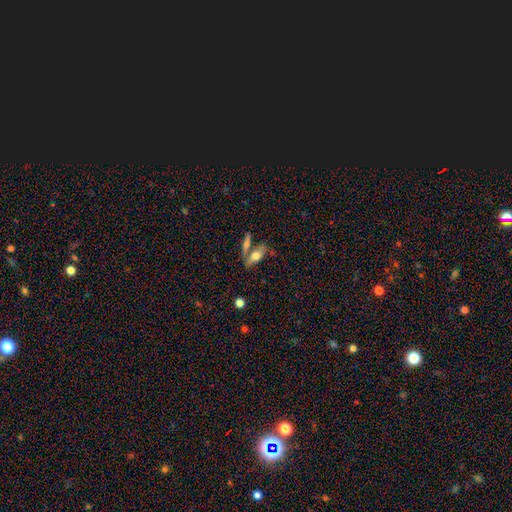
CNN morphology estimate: smooth_or_featured: smooth (p=0.58) [alt: featured or disk p=0.34]
how_rounded: in between (p=0.66) [alt: cigar-shaped p=0.30]
merging: none (p=0.50) [alt: merger p=0.32]